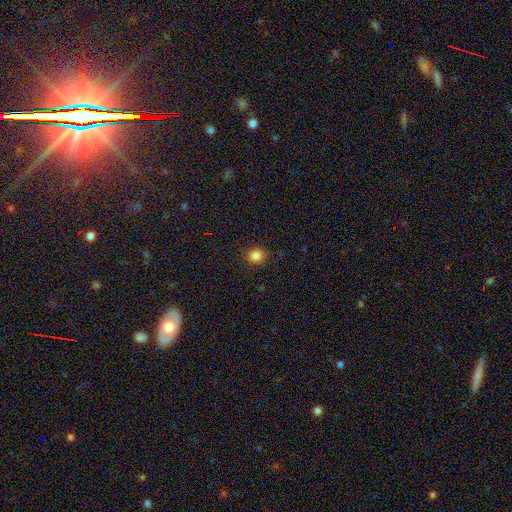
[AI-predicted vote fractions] This appears to be a smooth galaxy with no disk features (84%) that is round (84%). Merging: none (88%).